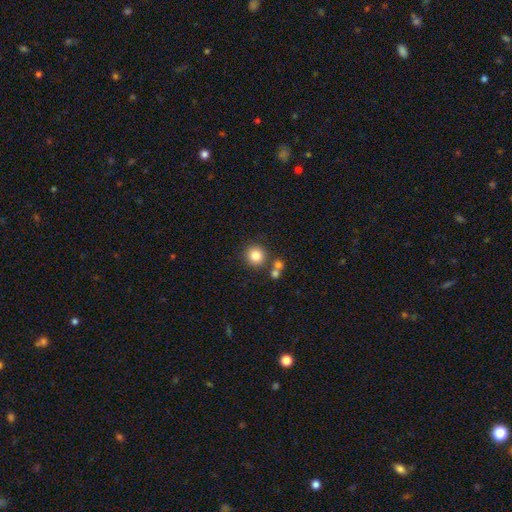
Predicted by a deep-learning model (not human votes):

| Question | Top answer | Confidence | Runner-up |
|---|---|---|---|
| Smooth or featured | smooth | 82% | star or artifact (11%) |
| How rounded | round | 92% | in between (7%) |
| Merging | none | 78% | merger (12%) |